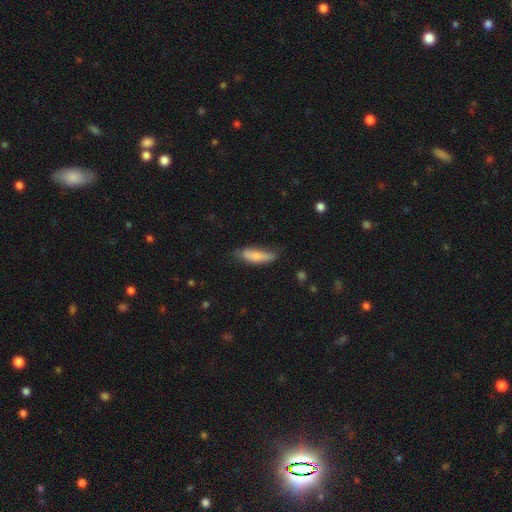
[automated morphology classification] Smooth or featured?
  - smooth: 77% *
  - featured or disk: 17%
  - star or artifact: 6%
How rounded?
  - cigar-shaped: 51% *
  - in between: 47%
  - round: 2%
Merging?
  - none: 61% *
  - minor disturbance: 30%
  - major disturbance: 7%
  - merger: 2%